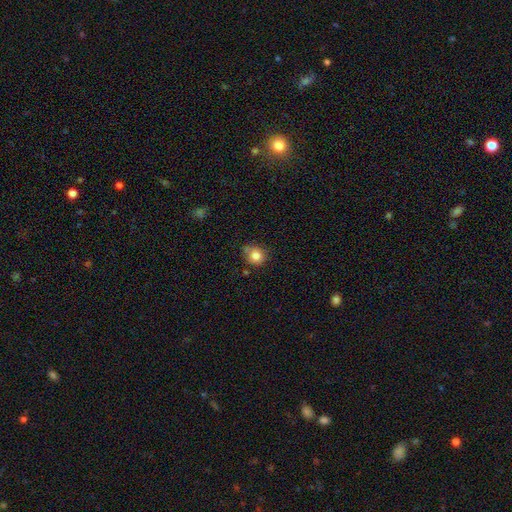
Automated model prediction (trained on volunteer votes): smooth-or-featured: smooth: 81% | star or artifact: 11% | featured or disk: 8%
  how-rounded: round: 82% | in between: 17% | cigar-shaped: 1%
  merging: none: 67% | minor disturbance: 23% | merger: 5% | major disturbance: 5%